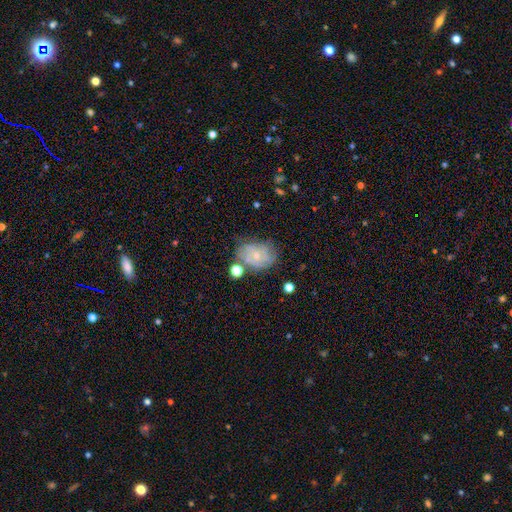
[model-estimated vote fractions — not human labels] This appears to be a featured or disk galaxy (58%) with no bar (76%), spiral arms (80%) and a small central bulge (72%). Merging: none (56%).